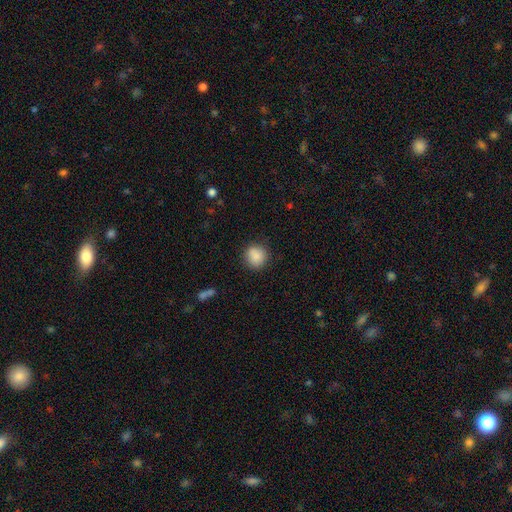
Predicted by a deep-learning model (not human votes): Smooth or featured?
  - smooth: 87% *
  - star or artifact: 8%
  - featured or disk: 4%
How rounded?
  - round: 89% *
  - in between: 10%
  - cigar-shaped: 1%
Merging?
  - none: 85% *
  - minor disturbance: 10%
  - major disturbance: 3%
  - merger: 2%